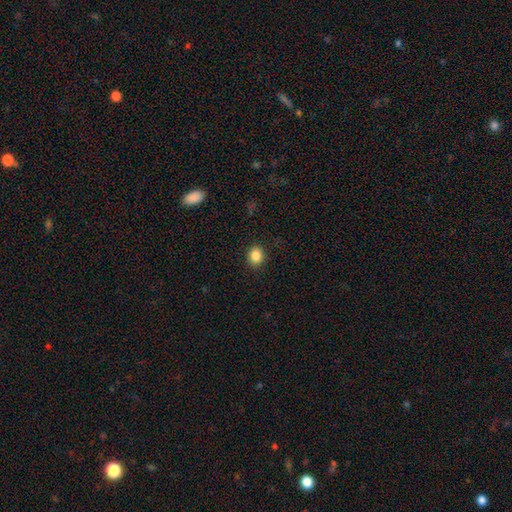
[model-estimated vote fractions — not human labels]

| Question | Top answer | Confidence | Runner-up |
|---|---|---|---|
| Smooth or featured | smooth | 86% | star or artifact (10%) |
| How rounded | round | 62% | in between (37%) |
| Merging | none | 89% | minor disturbance (8%) |